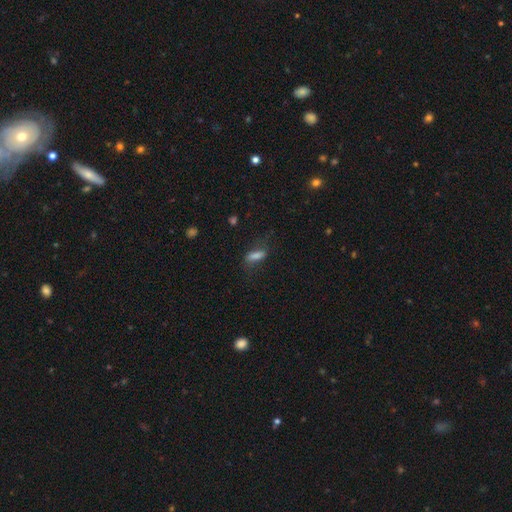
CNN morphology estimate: This appears to be a smooth galaxy with no disk features (72%) that is in between round and cigar-shaped (59%). Merging: none (63%).